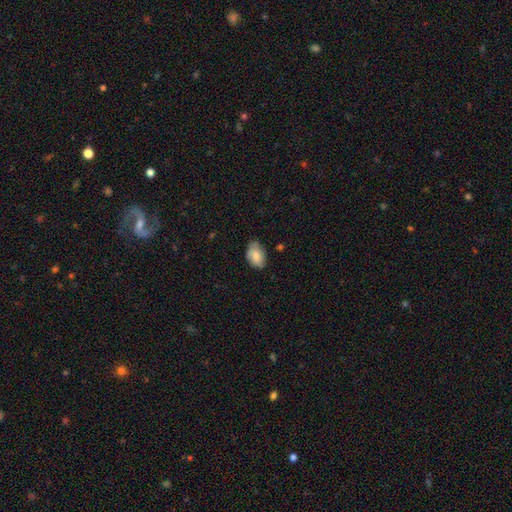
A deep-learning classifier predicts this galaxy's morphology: smooth-or-featured: smooth: 82% | featured or disk: 11% | star or artifact: 7%
  how-rounded: in between: 87% | round: 12% | cigar-shaped: 1%
  merging: none: 68% | minor disturbance: 27% | major disturbance: 4% | merger: 1%